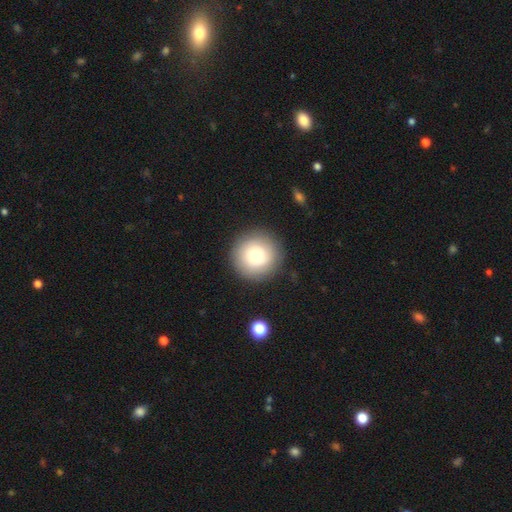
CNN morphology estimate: Smooth or featured: smooth — 77% (featured or disk — 14%)
How rounded: round — 95% (in between — 4%)
Merging: none — 89% (minor disturbance — 7%)